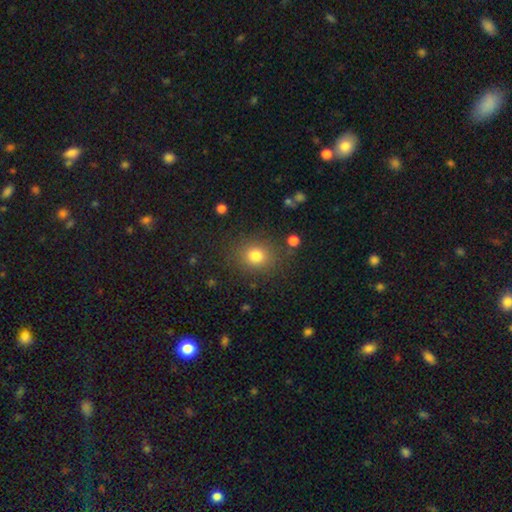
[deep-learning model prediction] Smooth or featured: smooth — 79% (star or artifact — 13%)
How rounded: round — 79% (in between — 20%)
Merging: none — 85% (minor disturbance — 9%)